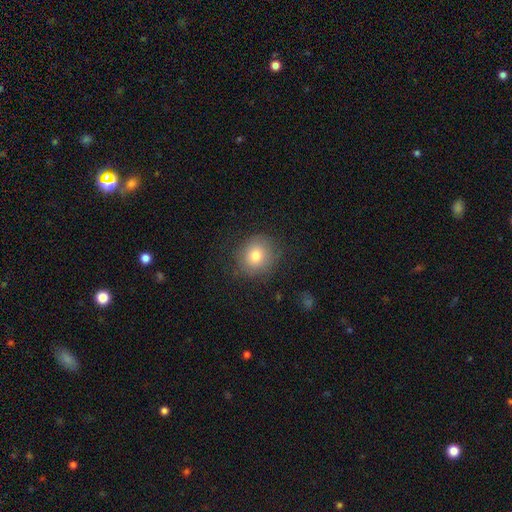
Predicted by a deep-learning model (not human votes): smooth_or_featured: smooth (p=0.77) [alt: featured or disk p=0.12]
how_rounded: round (p=0.80) [alt: in between p=0.19]
merging: none (p=0.80) [alt: minor disturbance p=0.14]